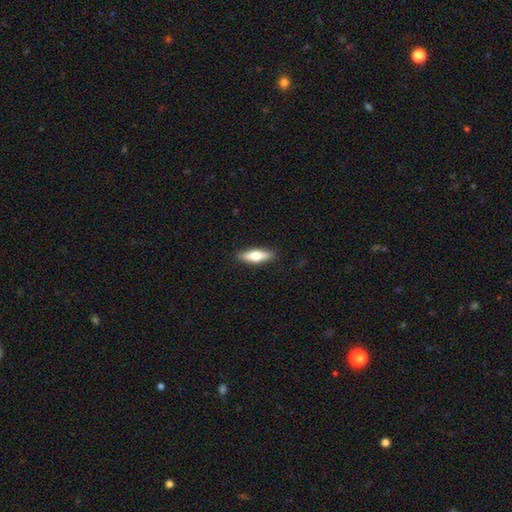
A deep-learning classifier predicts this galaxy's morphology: Smooth or featured: smooth — 61% (featured or disk — 33%)
How rounded: in between — 50% (cigar-shaped — 48%)
Merging: none — 89% (minor disturbance — 8%)